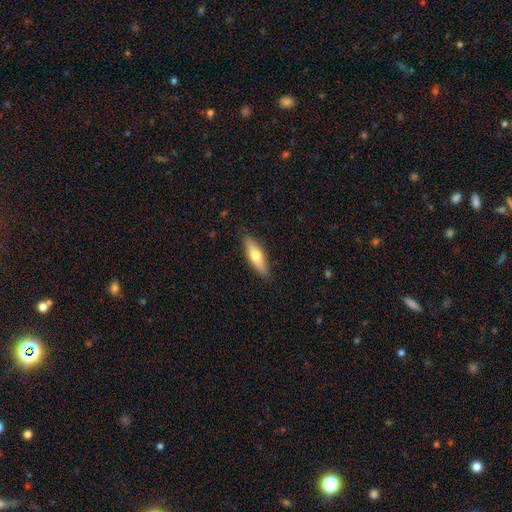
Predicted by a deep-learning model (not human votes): A smooth galaxy with no disk features (63%) that is cigar-shaped (54%).

Vote fractions:
- Smooth or featured? smooth: 63% / featured or disk: 31% / star or artifact: 6%
- How rounded? cigar-shaped: 54% / in between: 44% / round: 2%
- Merging? none: 87% / minor disturbance: 10% / major disturbance: 2% / merger: 1%